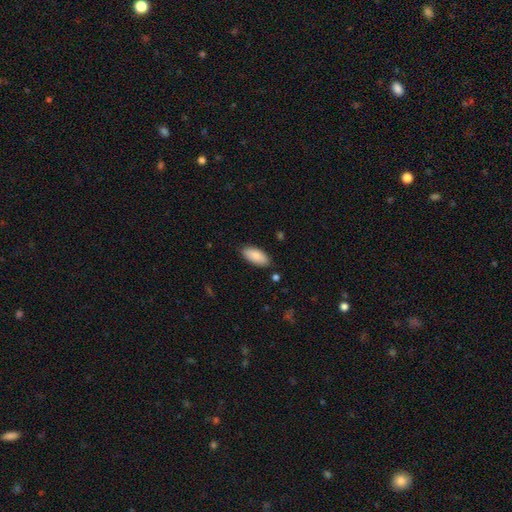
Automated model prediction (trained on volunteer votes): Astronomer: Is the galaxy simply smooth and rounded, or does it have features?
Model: smooth — 86%.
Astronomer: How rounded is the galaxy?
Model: in between — 91%.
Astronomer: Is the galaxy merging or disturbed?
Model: none — 84%.